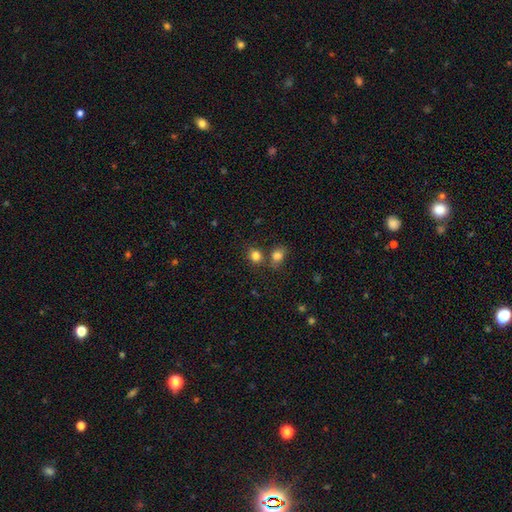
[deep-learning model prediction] smooth 82%, star or artifact 12%, featured or disk 6%. Down the decision tree: how rounded — round (66%); merging — none (62%).